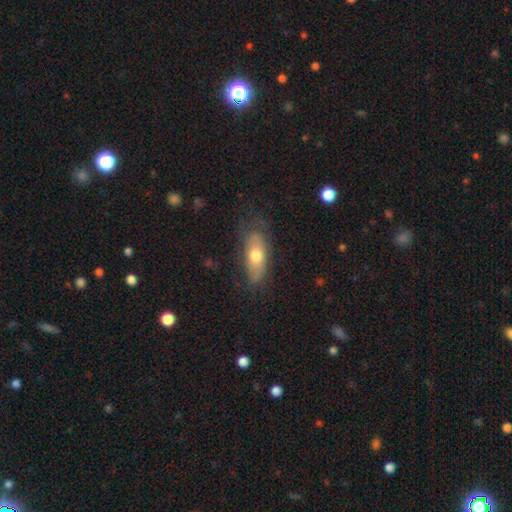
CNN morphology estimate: This appears to be a smooth galaxy with no disk features (62%) that is in between round and cigar-shaped (76%). Merging: none (67%).